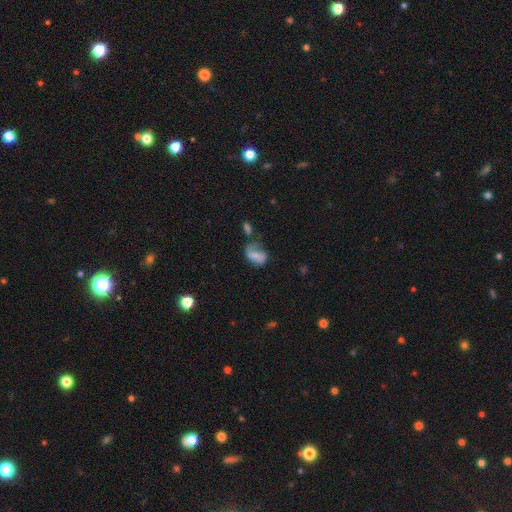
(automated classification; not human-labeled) Smooth or featured: smooth — 57% (featured or disk — 32%)
How rounded: in between — 81% (round — 17%)
Merging: none — 30% (tied with major disturbance — 30%)